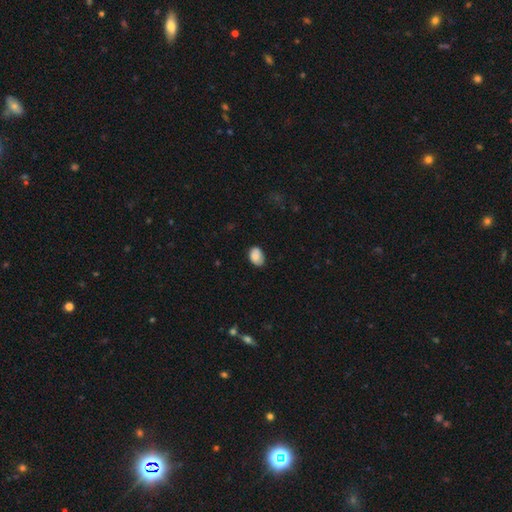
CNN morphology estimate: Smooth or featured: smooth — 84% (featured or disk — 8%)
How rounded: in between — 81% (round — 18%)
Merging: none — 74% (minor disturbance — 22%)